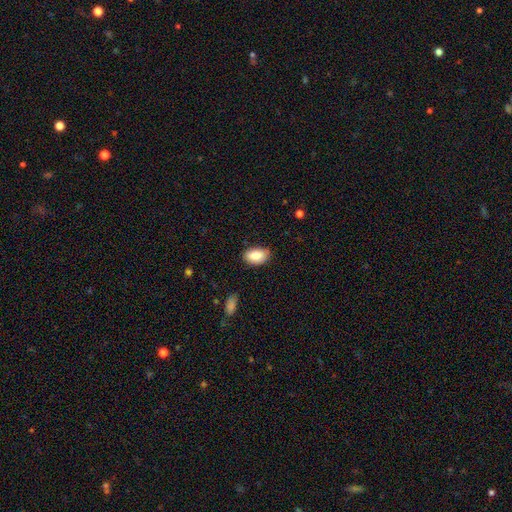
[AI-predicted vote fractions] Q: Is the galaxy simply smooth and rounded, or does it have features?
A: smooth — 86%.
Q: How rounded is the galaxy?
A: in between — 92%.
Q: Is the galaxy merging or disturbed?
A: none — 81%.